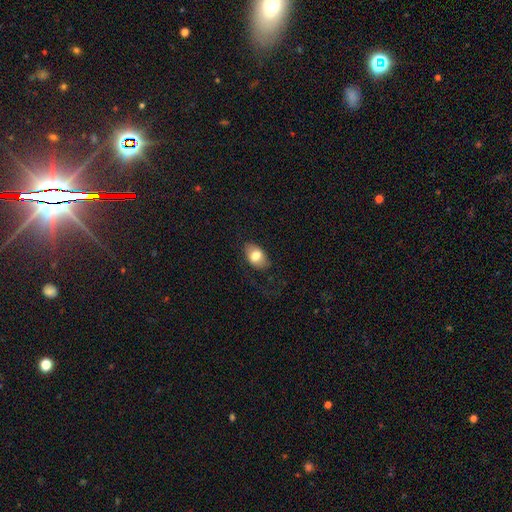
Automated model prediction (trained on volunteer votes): This is likely a smooth galaxy (76%). How rounded: clearly in between (86%). Merging: likely none (76%).